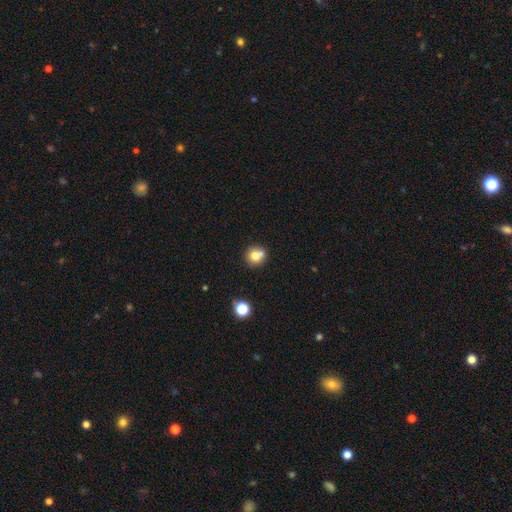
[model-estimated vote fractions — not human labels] smooth_or_featured: smooth (p=0.75) [alt: featured or disk p=0.14]
how_rounded: round (p=0.85) [alt: in between p=0.14]
merging: none (p=0.59) [alt: merger p=0.27]